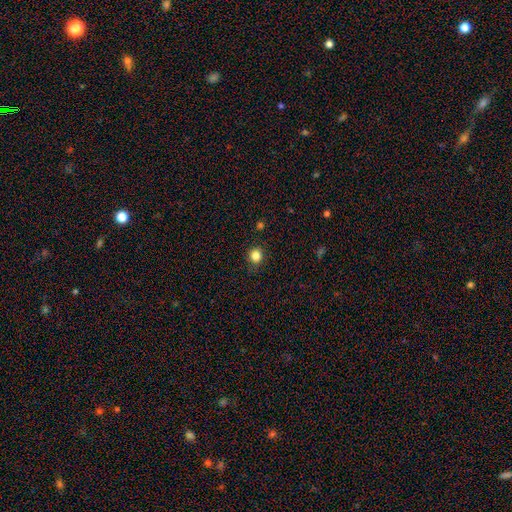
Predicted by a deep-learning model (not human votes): Smooth or featured? Predicted: smooth (p=0.84). How rounded? Predicted: round (p=0.89). Merging? Predicted: none (p=0.87).